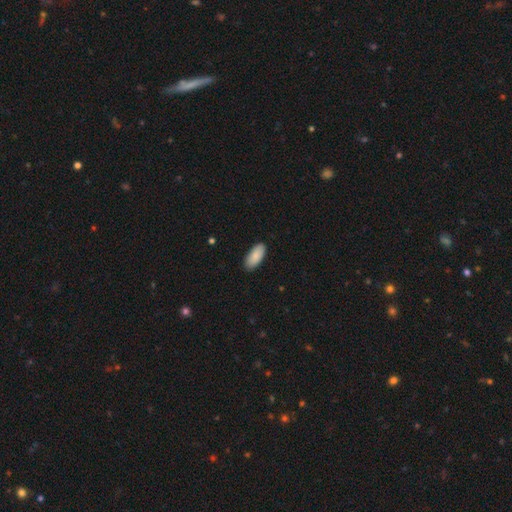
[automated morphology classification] smooth_or_featured: smooth (p=0.88) [alt: featured or disk p=0.07]
how_rounded: in between (p=0.90) [alt: cigar-shaped p=0.09]
merging: none (p=0.88) [alt: minor disturbance p=0.09]